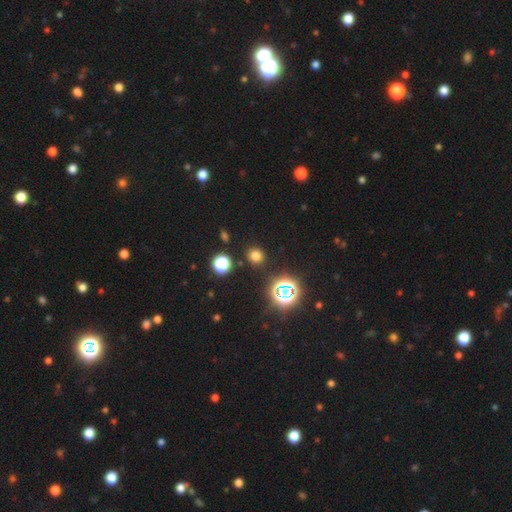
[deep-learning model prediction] A smooth galaxy with no disk features (69%) that is round (87%). Merging: none (89%).